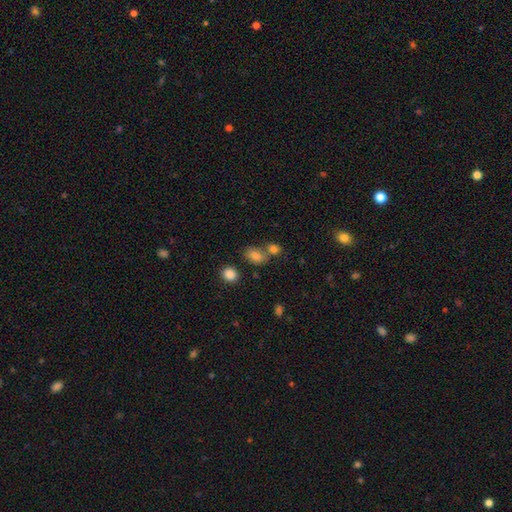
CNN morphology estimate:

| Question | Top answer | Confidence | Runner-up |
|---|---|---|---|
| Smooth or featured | smooth | 78% | star or artifact (14%) |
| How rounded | in between | 75% | round (23%) |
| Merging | none | 51% | merger (32%) |